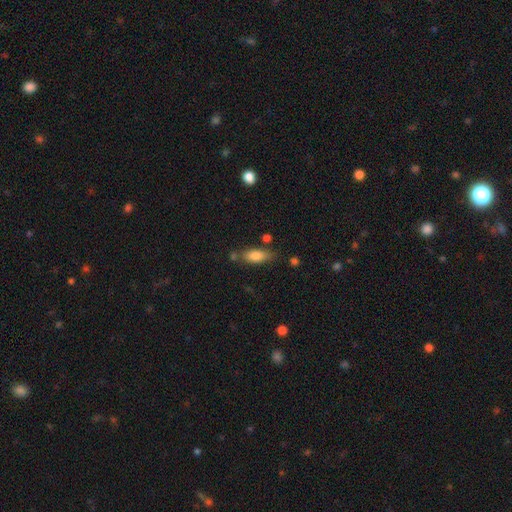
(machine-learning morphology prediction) A smooth galaxy with no disk features (81%) that is in between round and cigar-shaped (76%).

Vote fractions:
- Smooth or featured? smooth: 81% / featured or disk: 11% / star or artifact: 7%
- How rounded? in between: 76% / cigar-shaped: 21% / round: 3%
- Merging? none: 68% / minor disturbance: 18% / merger: 9% / major disturbance: 5%